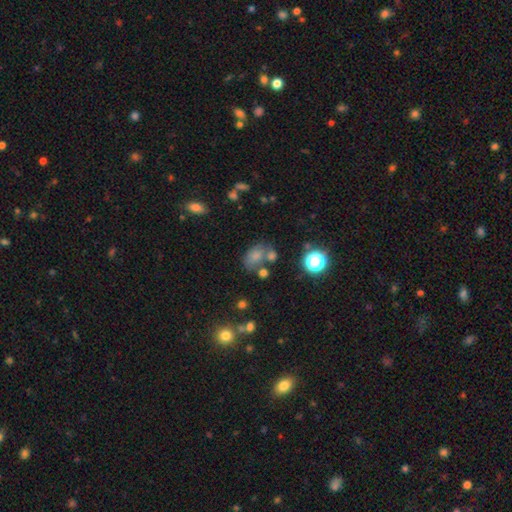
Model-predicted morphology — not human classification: Smooth or featured? smooth (66%)
How rounded? in between (74%)
Merging? none (41%)